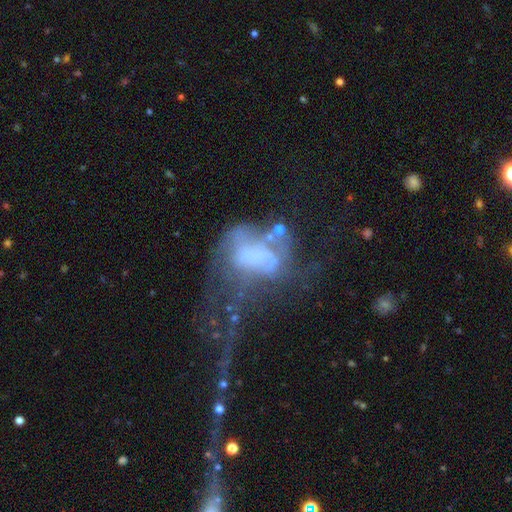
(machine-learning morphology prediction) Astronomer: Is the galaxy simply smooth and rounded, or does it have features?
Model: featured or disk — 54% (runner-up: smooth, 30%).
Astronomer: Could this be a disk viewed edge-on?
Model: no — 96%.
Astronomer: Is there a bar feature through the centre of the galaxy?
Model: no — 84%.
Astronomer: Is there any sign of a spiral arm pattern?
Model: no — 78%.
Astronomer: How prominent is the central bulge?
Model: none — 58%.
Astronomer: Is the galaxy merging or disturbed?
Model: major disturbance — 54%.